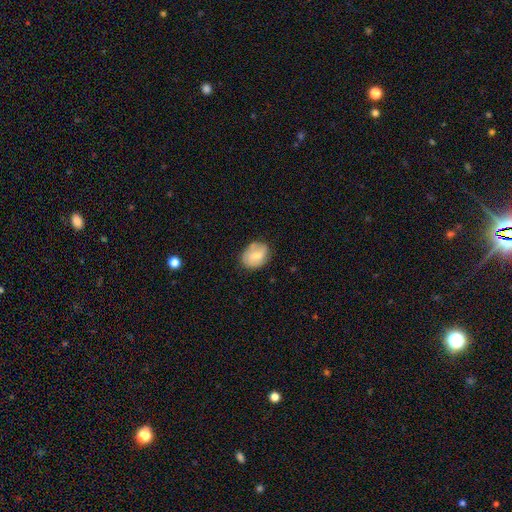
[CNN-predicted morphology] Q: Smooth or featured?
A: smooth (66%); runner-up: featured or disk (27%)
Q: How rounded?
A: in between (60%); runner-up: round (39%)
Q: Merging?
A: none (71%); runner-up: minor disturbance (21%)